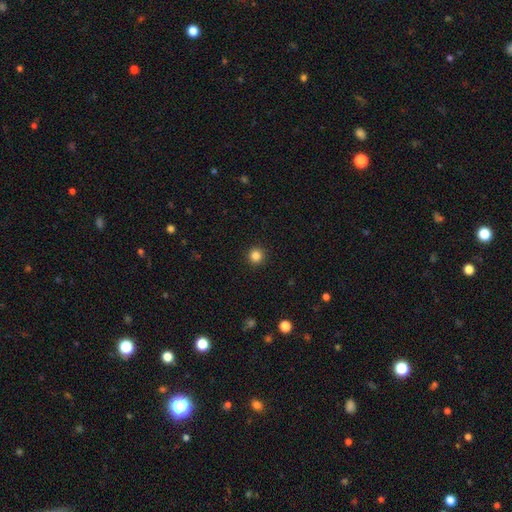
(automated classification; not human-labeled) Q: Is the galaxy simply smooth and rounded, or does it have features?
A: smooth — 85%.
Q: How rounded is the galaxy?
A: round — 96%.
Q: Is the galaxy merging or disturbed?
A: none — 93%.